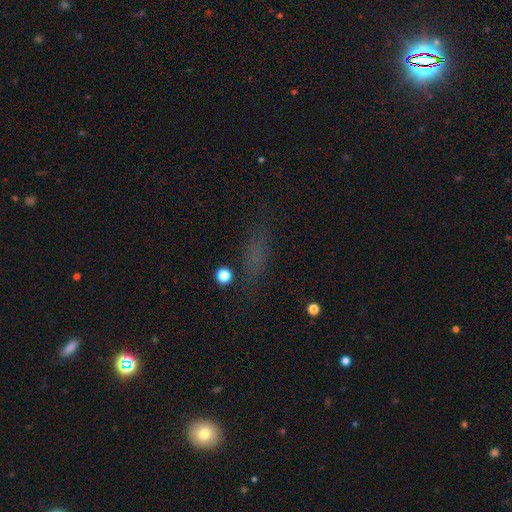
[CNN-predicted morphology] The model was most divided on "how rounded" (2-way tie): cigar-shaped: 45%, in between: 45%, round: 10%. More confident: merging — none (75%); smooth or featured — smooth (54%).